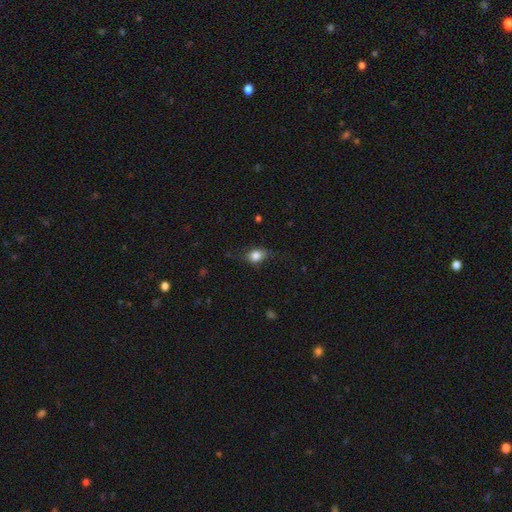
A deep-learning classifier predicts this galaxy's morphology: smooth 80%, featured or disk 11%, star or artifact 9%. Down the decision tree: how rounded — in between (65%); merging — none (68%).